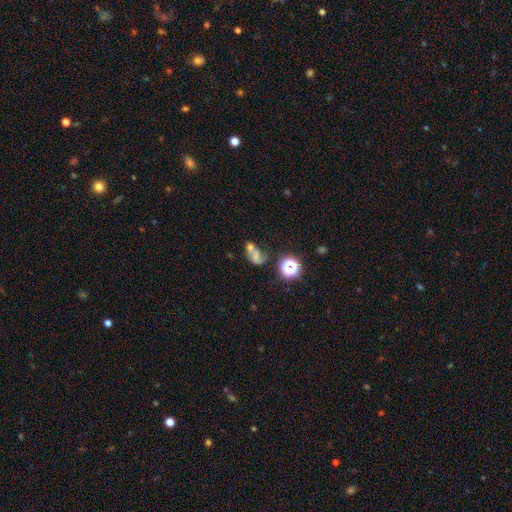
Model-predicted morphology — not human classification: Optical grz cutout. It shows a smooth galaxy with no disk features (49%). Merging: merger (43%).